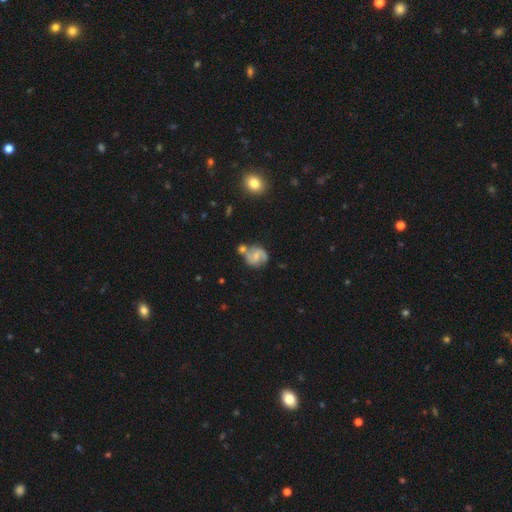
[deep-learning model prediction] Q: Smooth or featured?
A: featured or disk (74%); runner-up: smooth (19%)
Q: Edge-on disk?
A: no (98%); runner-up: yes (2%)
Q: Bar?
A: weak (49%); runner-up: no (36%)
Q: Spiral arms?
A: yes (92%); runner-up: no (8%)
Q: Spiral winding?
A: medium (51%); runner-up: loose (29%)
Q: Spiral arm count?
A: 2 (87%); runner-up: can't tell (6%)
Q: Bulge size?
A: small (54%); runner-up: moderate (30%)
Q: Merging?
A: none (55%); runner-up: merger (21%)